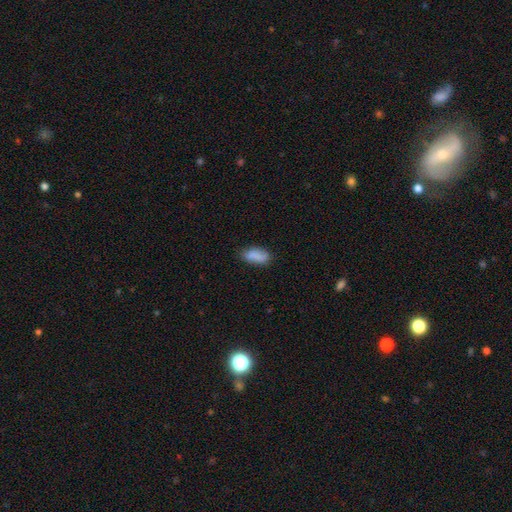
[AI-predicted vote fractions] smooth 84%, featured or disk 9%, star or artifact 7%. Down the decision tree: how rounded — in between (89%); merging — none (72%).